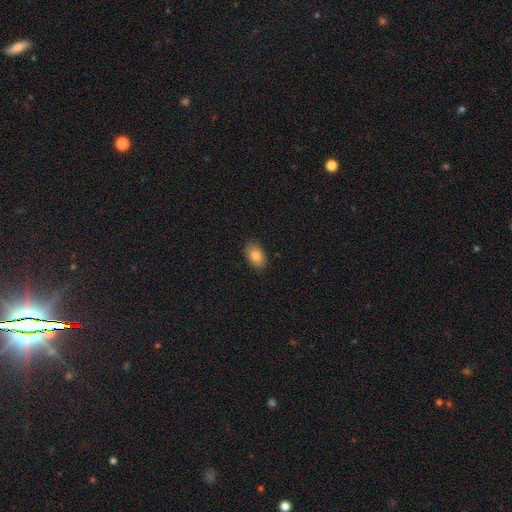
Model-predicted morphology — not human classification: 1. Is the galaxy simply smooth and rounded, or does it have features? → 84% smooth, 8% featured or disk, 8% star or artifact.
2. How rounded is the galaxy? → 88% in between, 11% round, 1% cigar-shaped.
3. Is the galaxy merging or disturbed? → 87% none, 10% minor disturbance, 2% major disturbance, 1% merger.